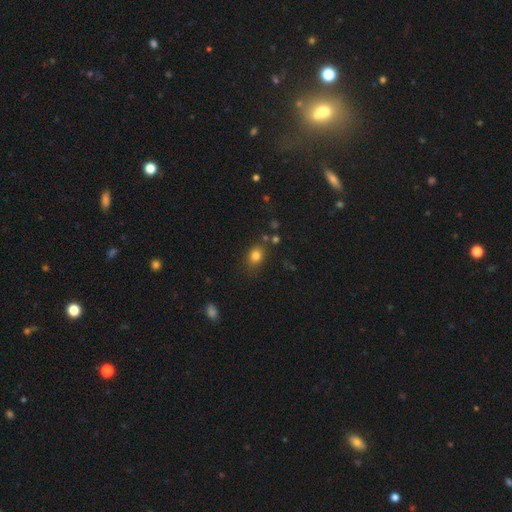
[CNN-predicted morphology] smooth 80%, star or artifact 13%, featured or disk 7%. Down the decision tree: how rounded — in between (50%); merging — none (76%).